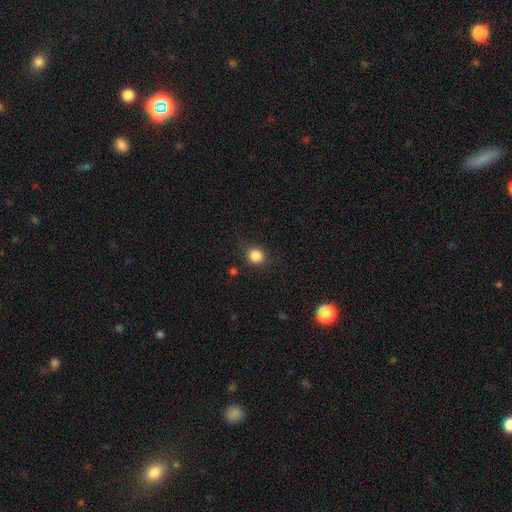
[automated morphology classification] This is clearly a smooth galaxy (85%). How rounded: clearly round (82%). Merging: clearly none (85%).